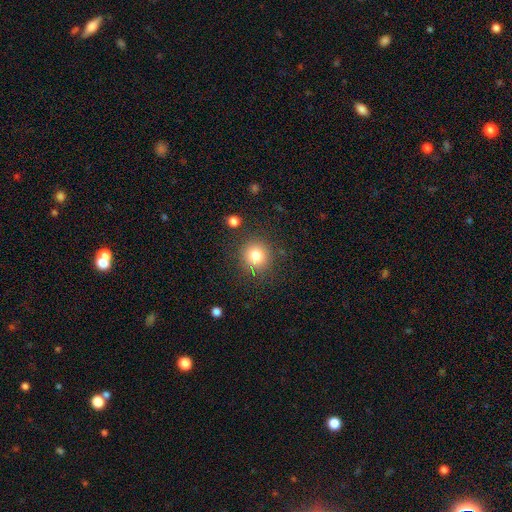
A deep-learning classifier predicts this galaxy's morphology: This appears to be a smooth galaxy with no disk features (80%) that is round (91%). Merging: none (85%).